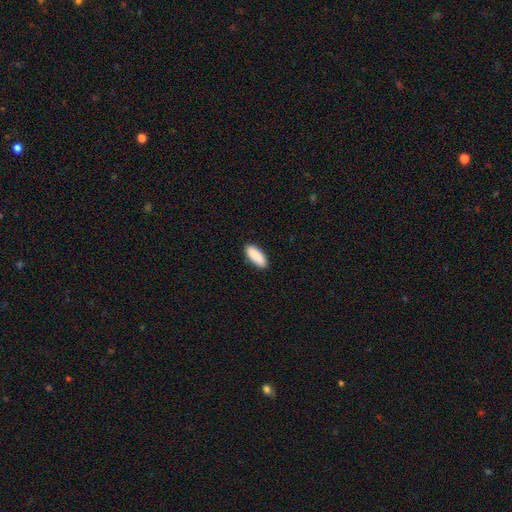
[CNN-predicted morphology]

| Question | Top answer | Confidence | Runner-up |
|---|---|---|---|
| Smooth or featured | smooth | 90% | star or artifact (6%) |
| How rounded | in between | 73% | cigar-shaped (25%) |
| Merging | none | 89% | minor disturbance (9%) |